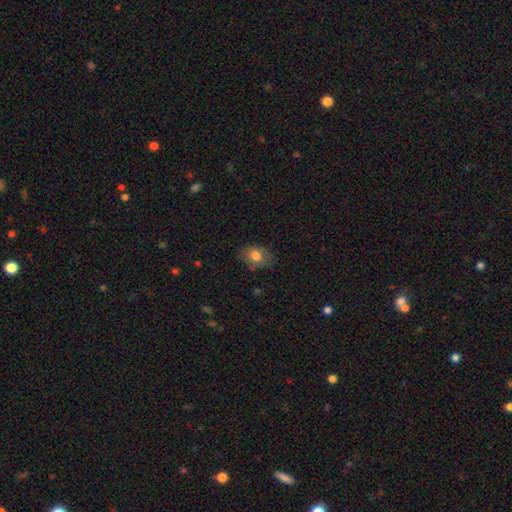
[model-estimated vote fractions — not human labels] Smooth or featured? smooth (77%)
How rounded? in between (70%)
Merging? none (73%)